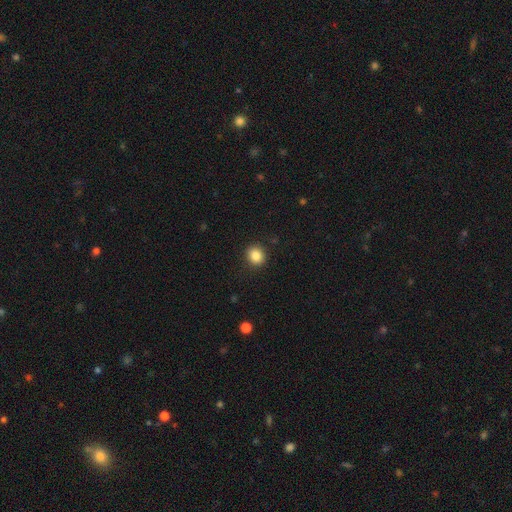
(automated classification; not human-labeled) A smooth galaxy with no disk features (86%) that is round (79%). Merging: none (90%).